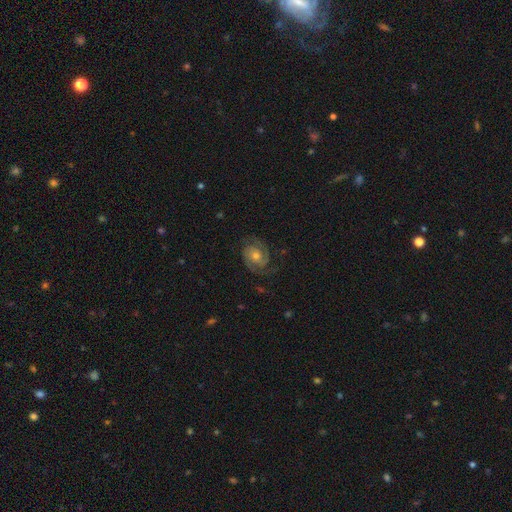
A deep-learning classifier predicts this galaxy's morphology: The model was most divided on "spiral winding": tight: 52%, medium: 40%, loose: 8%. More confident: edge-on disk — no (98%); spiral arms — yes (97%); smooth or featured — featured or disk (86%); spiral arm count — 2 (80%); merging — none (77%); bar — no (68%); bulge size — moderate (55%).